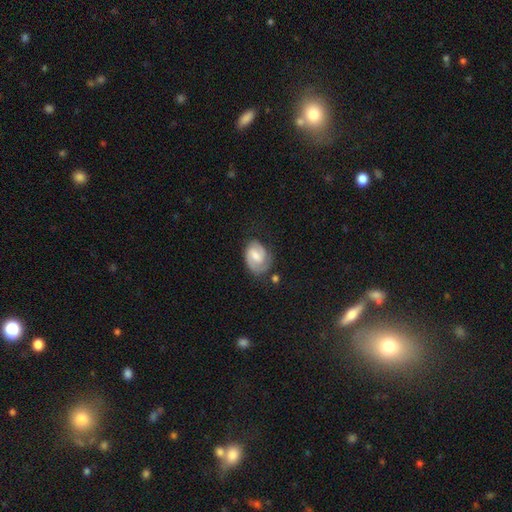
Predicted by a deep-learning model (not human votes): Morphology: type=featured or disk (69%); edge-on=no (98%); bar=weak (55%); spiral arms=yes (92%); winding=tight (49%); arm count=2 (72%); bulge=moderate (46%); merging=none (65%).